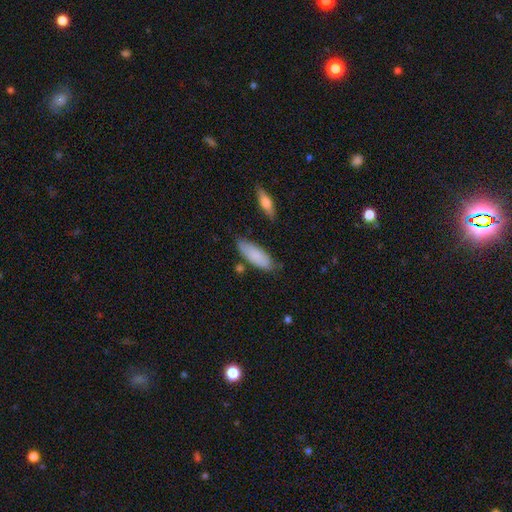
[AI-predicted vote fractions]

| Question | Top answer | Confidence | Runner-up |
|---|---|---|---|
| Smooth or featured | smooth | 82% | featured or disk (12%) |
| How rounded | in between | 74% | cigar-shaped (24%) |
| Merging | none | 71% | minor disturbance (21%) |